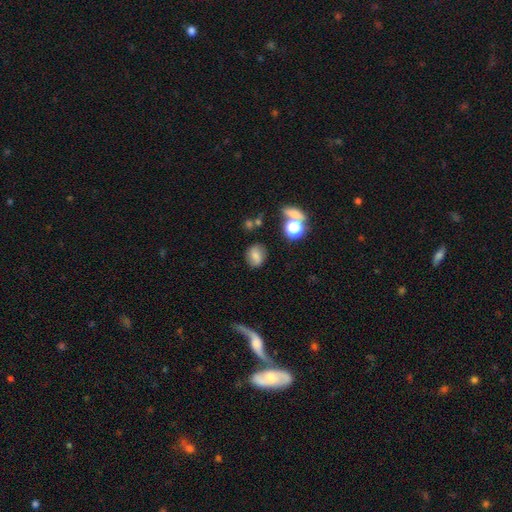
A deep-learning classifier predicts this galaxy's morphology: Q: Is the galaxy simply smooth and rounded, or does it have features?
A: smooth — 71%.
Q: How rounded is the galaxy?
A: in between — 51%.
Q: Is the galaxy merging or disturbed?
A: none — 78%.